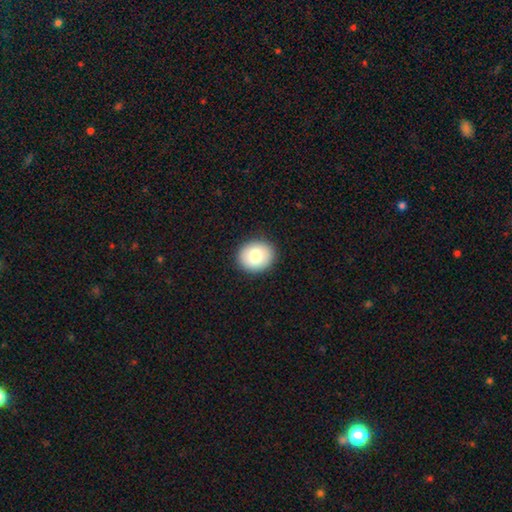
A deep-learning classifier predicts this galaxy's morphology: smooth_or_featured: smooth (p=0.78) [alt: featured or disk p=0.13]
how_rounded: round (p=0.66) [alt: in between p=0.33]
merging: none (p=0.90) [alt: minor disturbance p=0.07]